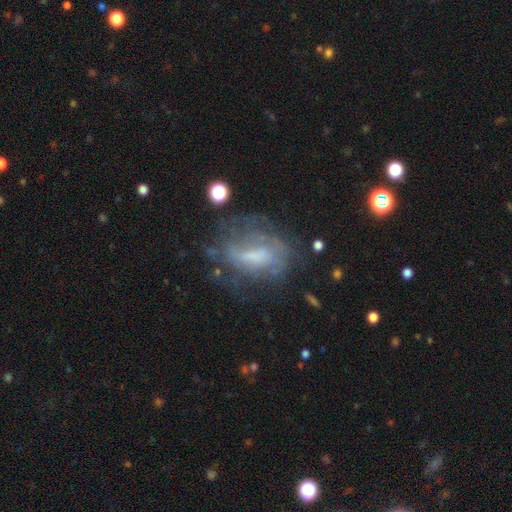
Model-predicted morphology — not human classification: This appears to be a featured or disk galaxy (60%) with a weak bar (41%), spiral arms (55%) and no central bulge (32%, tied with moderate). Merging: none (50%).